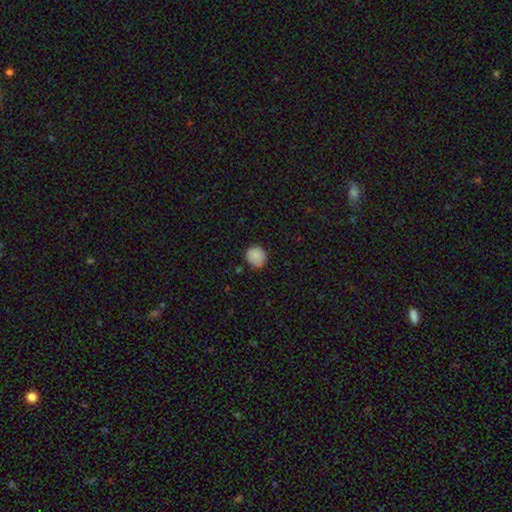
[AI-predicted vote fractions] The model was most divided on "how rounded": round: 85%, in between: 14%, cigar-shaped: 1%. More confident: smooth or featured — smooth (87%); merging — none (85%).